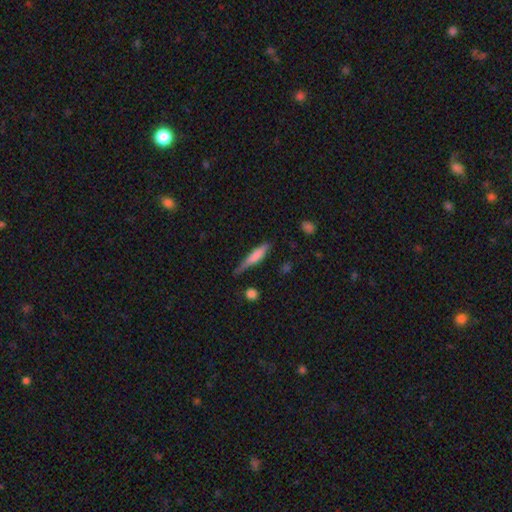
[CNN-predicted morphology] The model was most divided on "merging": none: 54%, minor disturbance: 32%, major disturbance: 9%, merger: 5%. More confident: how rounded — cigar-shaped (79%); smooth or featured — smooth (68%).